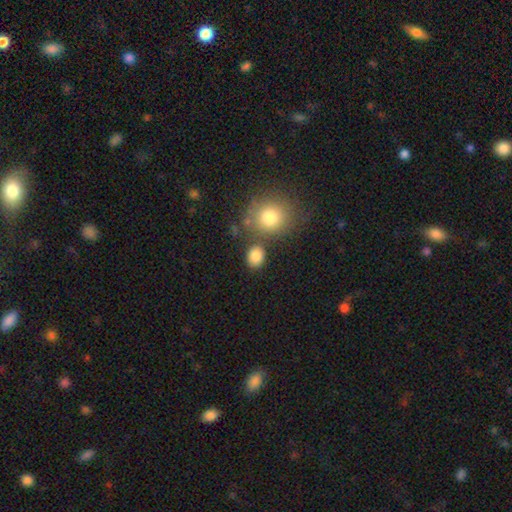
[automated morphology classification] Smooth or featured? Predicted: smooth (p=0.85). How rounded? Predicted: round (p=0.65). Merging? Predicted: none (p=0.70).